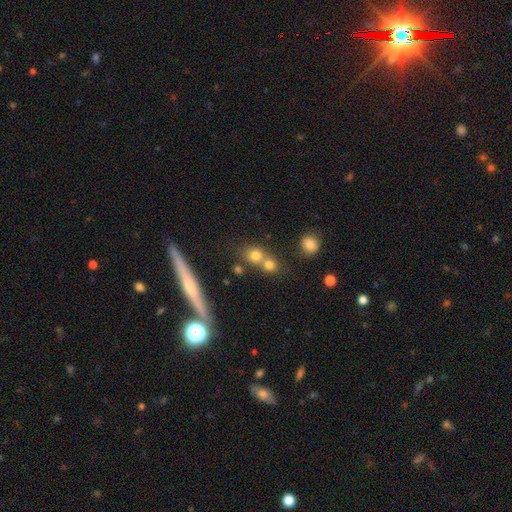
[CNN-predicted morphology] A smooth galaxy with no disk features (72%) that is round (76%). Merging: none (48%).